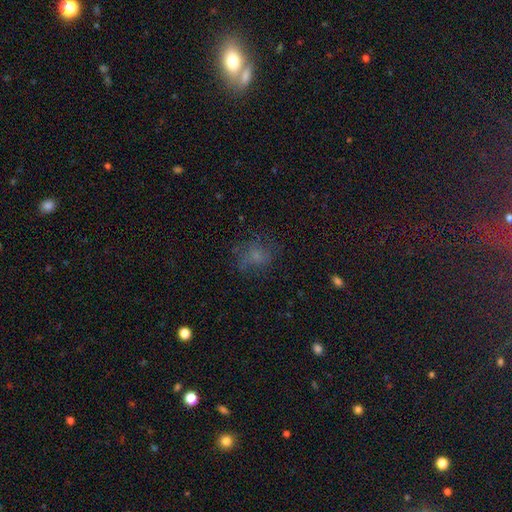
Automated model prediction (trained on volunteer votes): Smooth or featured? Predicted: smooth (p=0.57). How rounded? Predicted: round (p=0.67). Merging? Predicted: none (p=0.62).